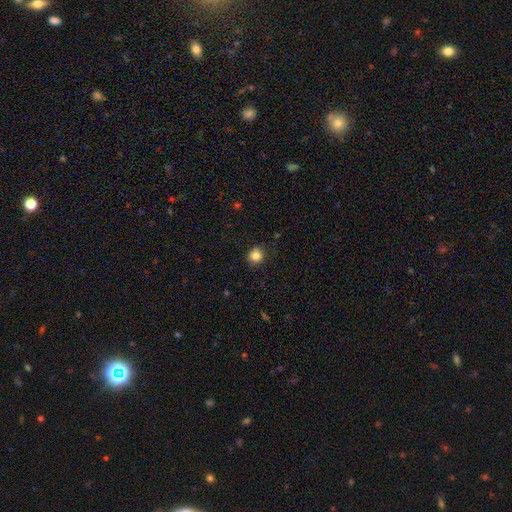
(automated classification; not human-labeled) A smooth galaxy with no disk features (83%) that is round (85%). Merging: none (83%).